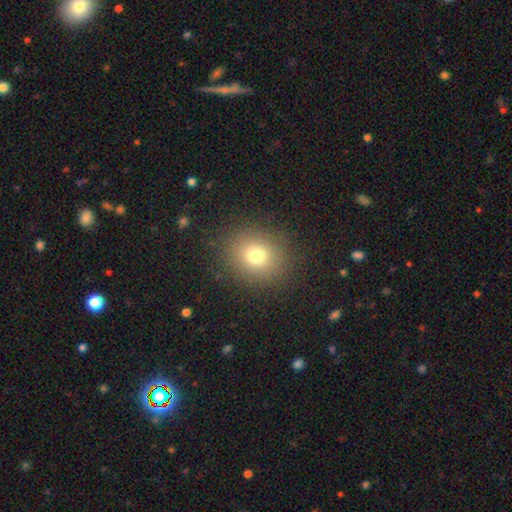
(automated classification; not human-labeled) Overall: smooth (76%). How rounded: round (79%). Merging: none (88%).